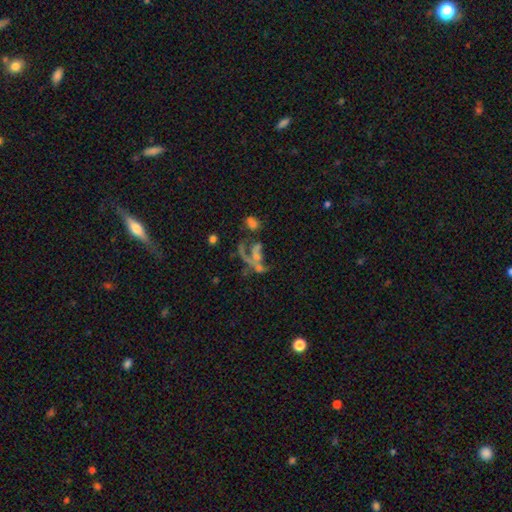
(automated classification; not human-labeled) A featured or disk galaxy (48%).

Vote fractions:
- Smooth or featured? featured or disk: 48% / star or artifact: 29% / smooth: 23%
- Merging? merger: 36% / major disturbance: 29% / none: 25% / minor disturbance: 10%